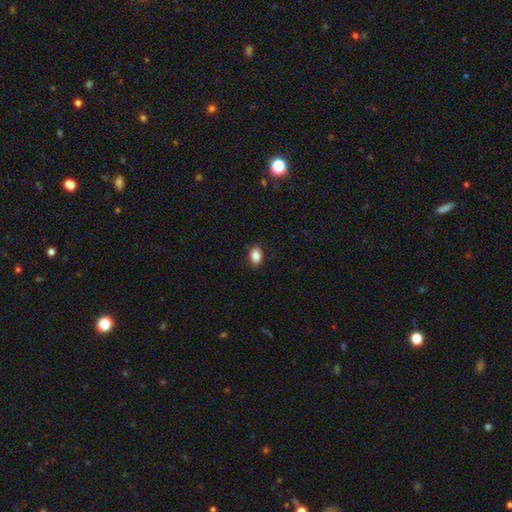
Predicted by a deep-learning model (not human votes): Smooth or featured? smooth (86%)
How rounded? in between (79%)
Merging? none (88%)